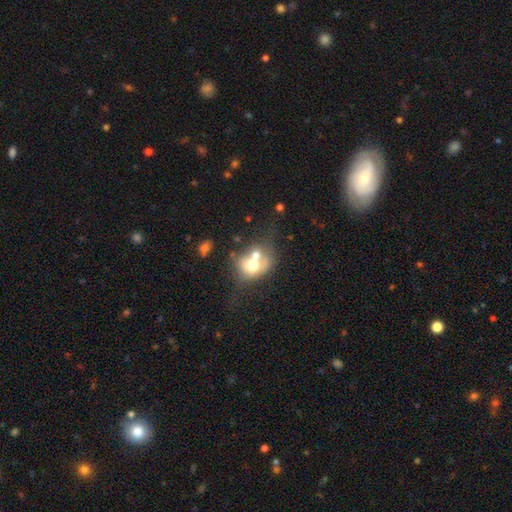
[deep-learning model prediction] Morphology: type=smooth (59%); roundness=round (56%); merging=merger (57%).